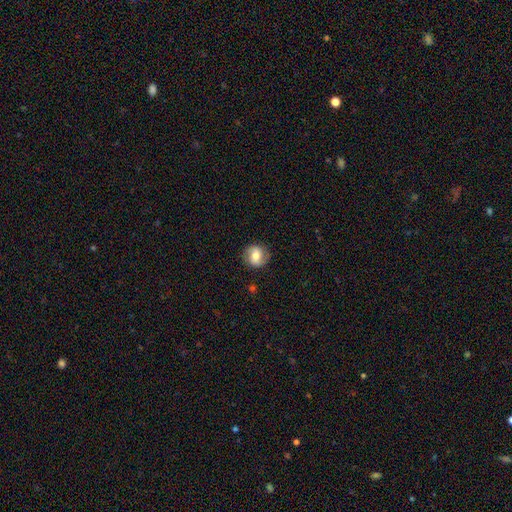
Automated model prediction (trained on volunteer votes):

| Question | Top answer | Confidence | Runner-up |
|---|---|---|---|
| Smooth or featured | smooth | 50% | featured or disk (42%) |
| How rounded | round | 79% | in between (19%) |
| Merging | none | 84% | minor disturbance (11%) |